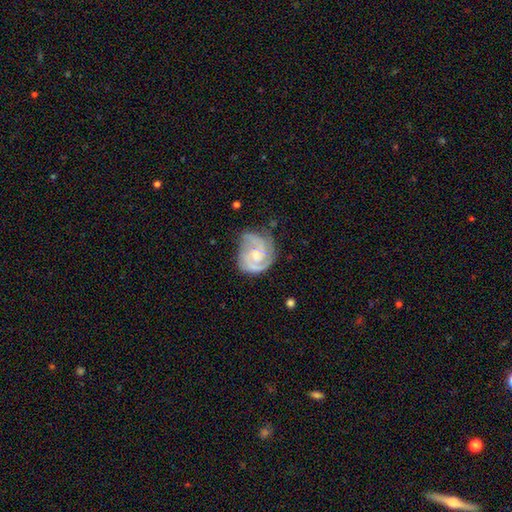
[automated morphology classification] This is clearly a featured or disk galaxy (85%). It is clearly not viewed edge-on (98%). Bar: likely no (62%). Spiral arm pattern: clearly yes (96%). Spiral arm count: likely 2 (60%). Spiral winding: possibly tight (51%). Central bulge: possibly small (52%). Merging: possibly none (60%).